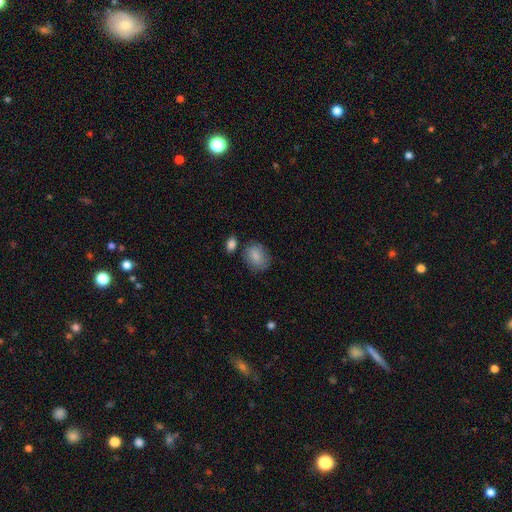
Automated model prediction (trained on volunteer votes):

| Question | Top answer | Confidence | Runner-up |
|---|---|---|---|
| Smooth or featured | smooth | 82% | featured or disk (11%) |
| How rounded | in between | 62% | round (36%) |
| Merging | none | 69% | minor disturbance (19%) |